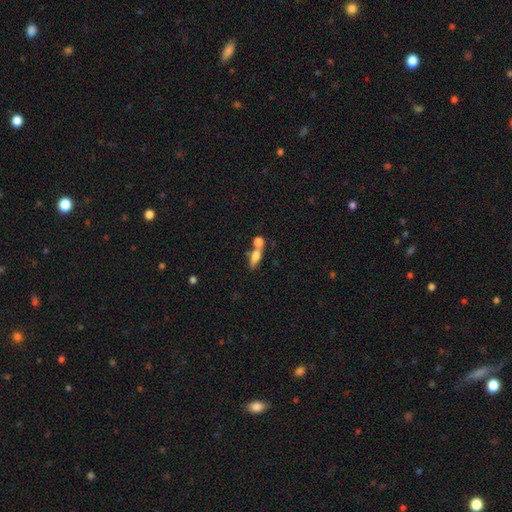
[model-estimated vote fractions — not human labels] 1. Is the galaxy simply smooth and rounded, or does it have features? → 69% smooth, 21% featured or disk, 10% star or artifact.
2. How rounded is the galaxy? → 59% in between, 28% cigar-shaped, 13% round.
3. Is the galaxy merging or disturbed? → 44% merger, 38% none, 11% minor disturbance, 6% major disturbance.